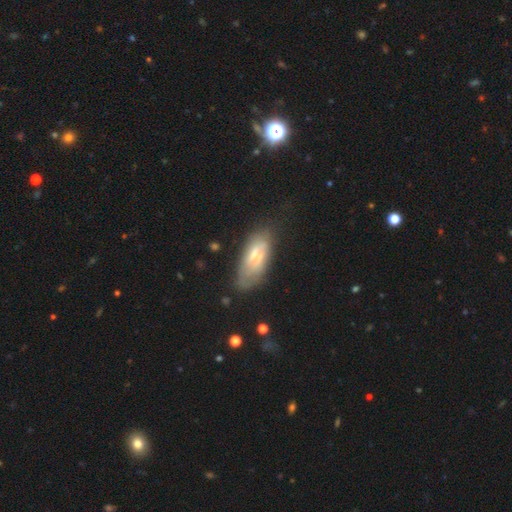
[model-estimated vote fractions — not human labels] The model was most divided on "smooth or featured": smooth: 50%, featured or disk: 42%, star or artifact: 8%. More confident: merging — none (57%).